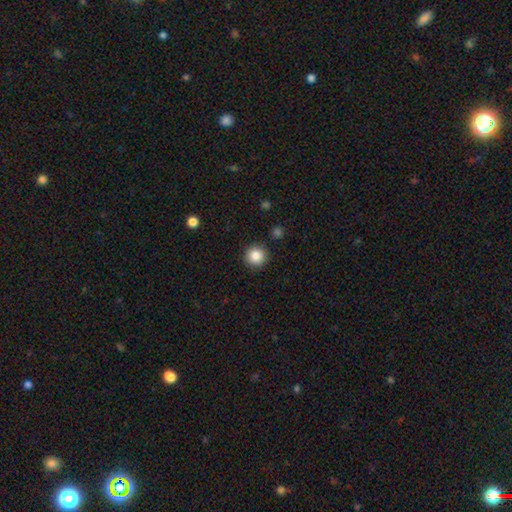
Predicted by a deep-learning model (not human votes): Overall: smooth (86%). How rounded: round (95%). Merging: none (91%).